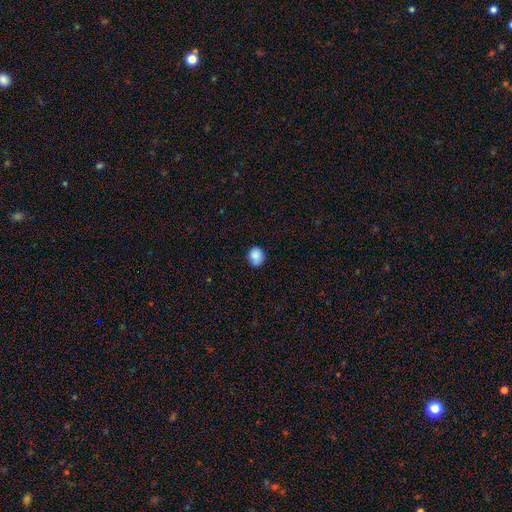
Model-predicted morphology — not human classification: Smooth or featured: smooth — 87% (star or artifact — 9%)
How rounded: round — 74% (in between — 25%)
Merging: none — 83% (minor disturbance — 14%)